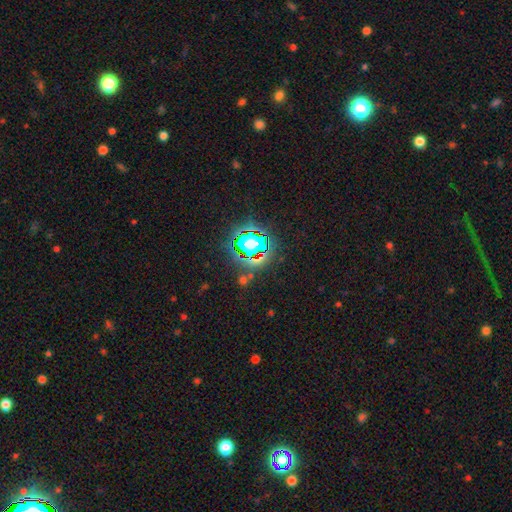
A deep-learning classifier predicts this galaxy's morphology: Smooth or featured?
  - star or artifact: 72% *
  - smooth: 18%
  - featured or disk: 10%